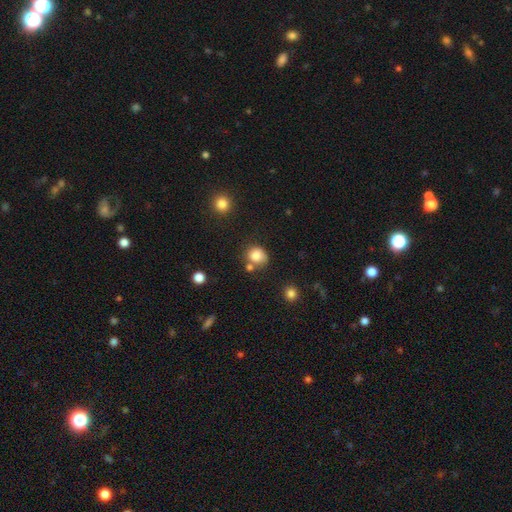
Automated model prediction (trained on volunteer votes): smooth 81%, star or artifact 11%, featured or disk 8%. Down the decision tree: how rounded — round (74%); merging — none (60%).